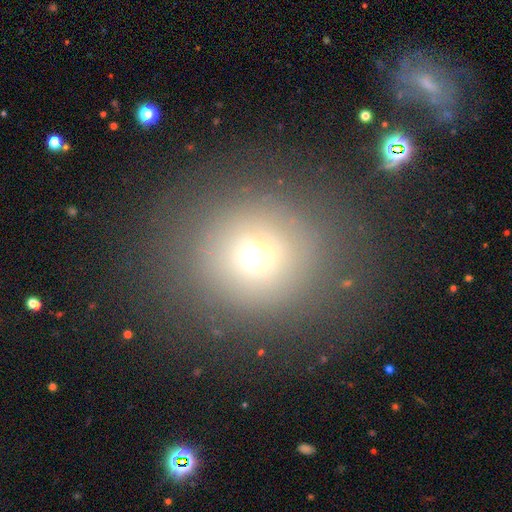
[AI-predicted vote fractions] smooth_or_featured: smooth (p=0.64) [alt: star or artifact p=0.21]
how_rounded: round (p=0.86) [alt: in between p=0.13]
merging: none (p=0.79) [alt: minor disturbance p=0.11]